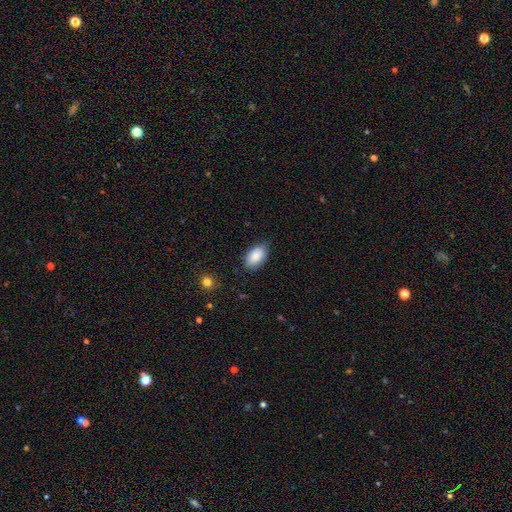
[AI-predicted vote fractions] Smooth or featured?
  - smooth: 85% *
  - featured or disk: 8%
  - star or artifact: 7%
How rounded?
  - in between: 93% *
  - round: 5%
  - cigar-shaped: 2%
Merging?
  - none: 76% *
  - minor disturbance: 19%
  - major disturbance: 3%
  - merger: 1%